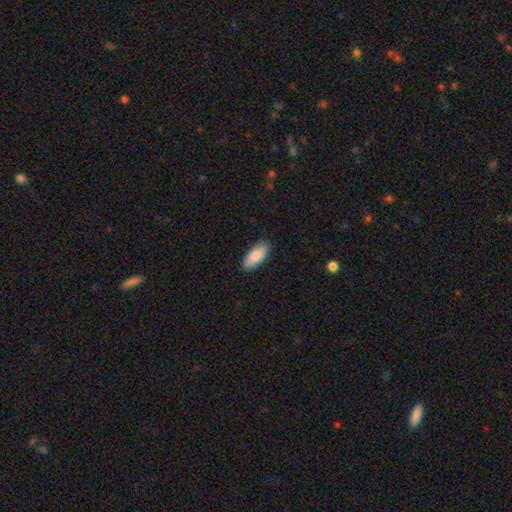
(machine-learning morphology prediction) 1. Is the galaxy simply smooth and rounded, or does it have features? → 87% smooth, 7% featured or disk, 5% star or artifact.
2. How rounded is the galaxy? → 81% in between, 17% cigar-shaped, 2% round.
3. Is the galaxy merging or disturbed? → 88% none, 9% minor disturbance, 2% major disturbance, 1% merger.